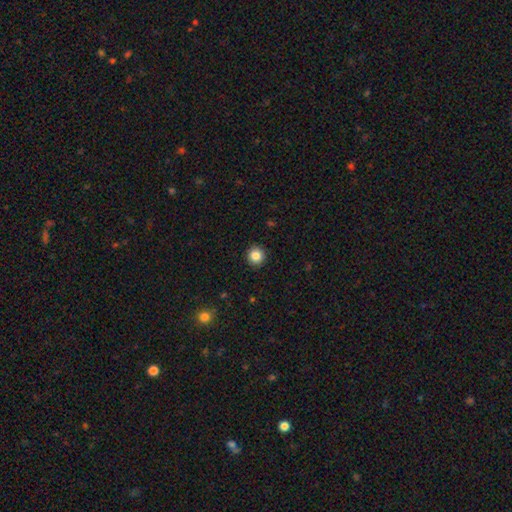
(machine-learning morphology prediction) smooth 85%, star or artifact 10%, featured or disk 5%. Down the decision tree: how rounded — round (94%); merging — none (93%).